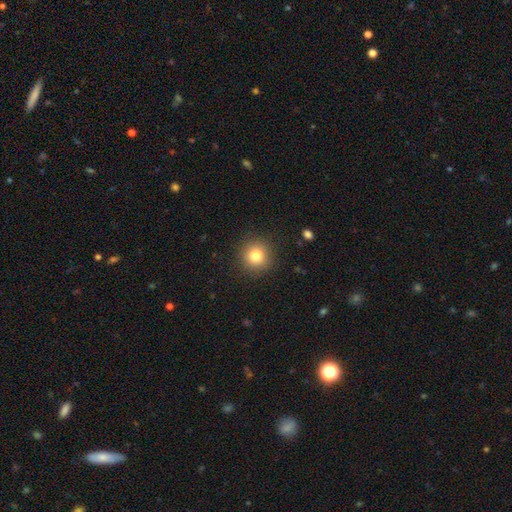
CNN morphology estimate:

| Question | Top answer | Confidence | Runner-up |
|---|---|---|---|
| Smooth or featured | smooth | 80% | star or artifact (12%) |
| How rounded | round | 93% | in between (6%) |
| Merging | none | 90% | minor disturbance (7%) |